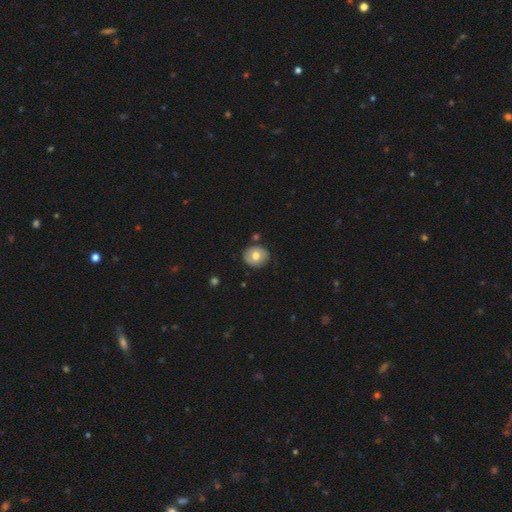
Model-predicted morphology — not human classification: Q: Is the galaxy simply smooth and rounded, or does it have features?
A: smooth — 68%.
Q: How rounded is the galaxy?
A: round — 75%.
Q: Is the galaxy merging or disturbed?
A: none — 82%.